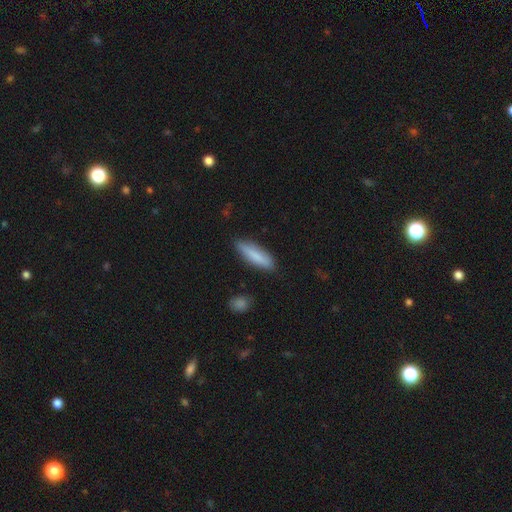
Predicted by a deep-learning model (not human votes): The model was most divided on "how rounded": cigar-shaped: 64%, in between: 34%, round: 2%. More confident: merging — none (83%); smooth or featured — smooth (82%).